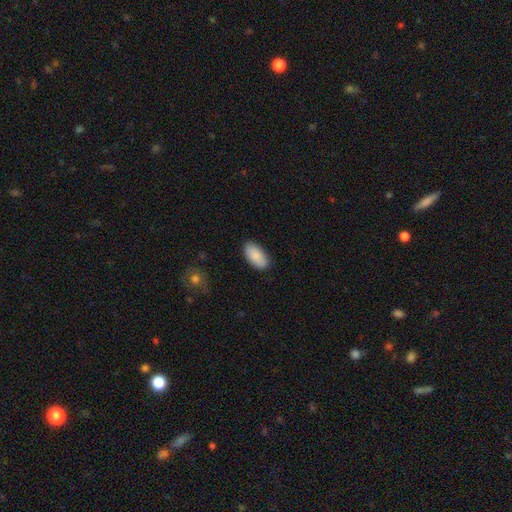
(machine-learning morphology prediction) Smooth or featured? Predicted: smooth (p=0.88). How rounded? Predicted: in between (p=0.94). Merging? Predicted: none (p=0.87).